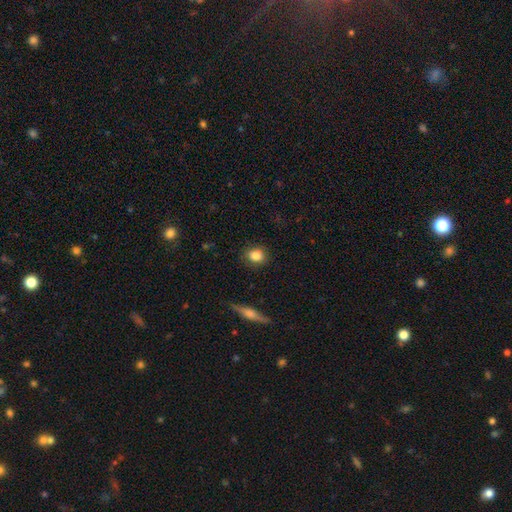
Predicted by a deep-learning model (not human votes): A smooth galaxy with no disk features (85%) that is round (66%).

Vote fractions:
- Smooth or featured? smooth: 85% / star or artifact: 8% / featured or disk: 7%
- How rounded? round: 66% / in between: 32% / cigar-shaped: 2%
- Merging? none: 86% / minor disturbance: 10% / major disturbance: 2% / merger: 1%